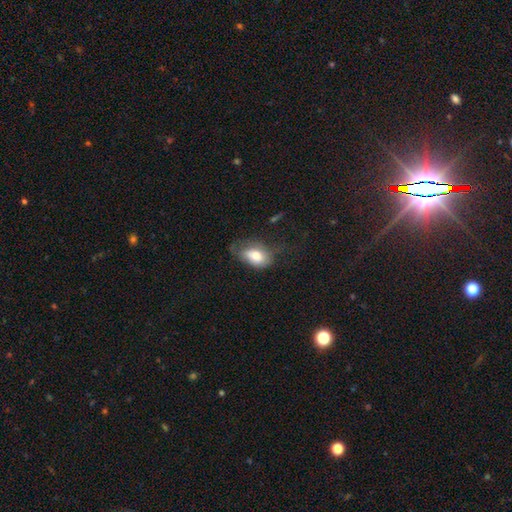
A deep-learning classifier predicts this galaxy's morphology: A smooth galaxy with no disk features (74%) that is in between round and cigar-shaped (84%).

Vote fractions:
- Smooth or featured? smooth: 74% / featured or disk: 18% / star or artifact: 8%
- How rounded? in between: 84% / round: 14% / cigar-shaped: 2%
- Merging? none: 38% / minor disturbance: 34% / major disturbance: 25% / merger: 3%